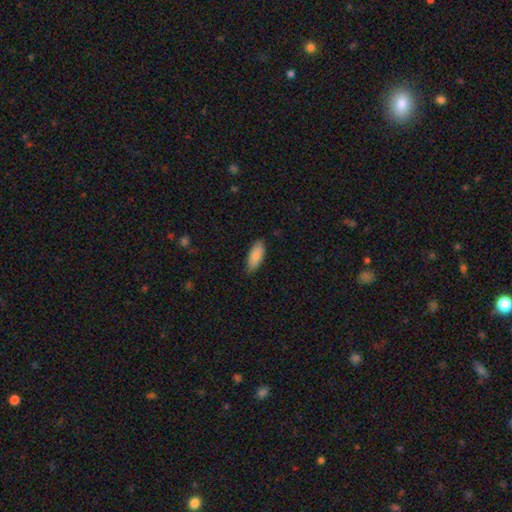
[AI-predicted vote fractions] This is clearly a smooth galaxy (82%). How rounded: clearly in between (85%). Merging: clearly none (82%).